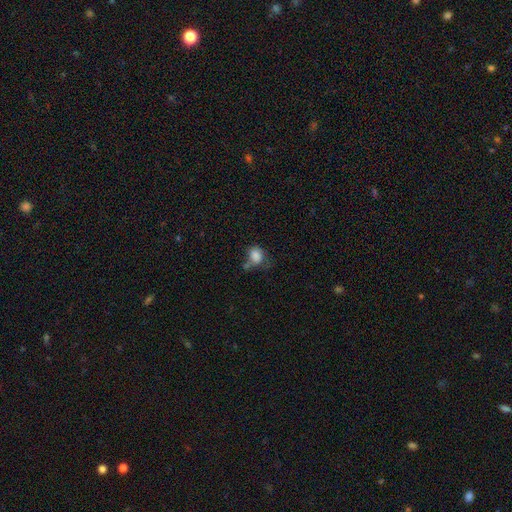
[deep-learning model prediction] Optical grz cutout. It shows a smooth galaxy with no disk features (84%) that is round (50%). Merging: none (44%).